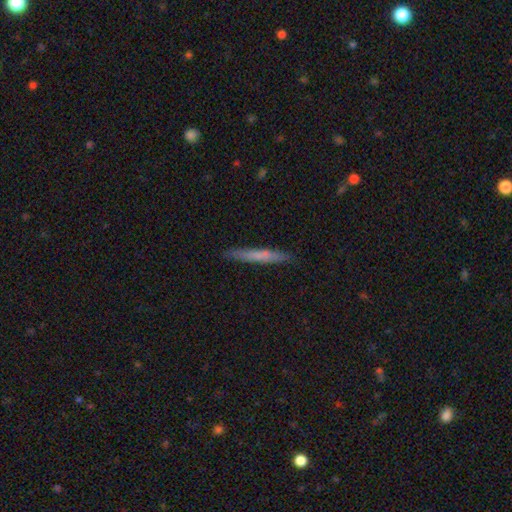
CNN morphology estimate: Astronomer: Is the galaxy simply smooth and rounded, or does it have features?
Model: smooth — 64%.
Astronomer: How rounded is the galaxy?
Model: cigar-shaped — 96%.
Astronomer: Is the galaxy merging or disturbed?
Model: none — 90%.